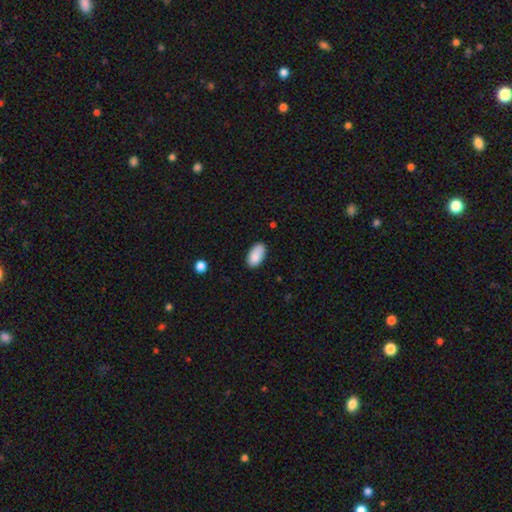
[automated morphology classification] Smooth or featured?
  - smooth: 87% *
  - star or artifact: 7%
  - featured or disk: 6%
How rounded?
  - in between: 95% *
  - round: 3%
  - cigar-shaped: 2%
Merging?
  - none: 78% *
  - minor disturbance: 17%
  - major disturbance: 3%
  - merger: 2%